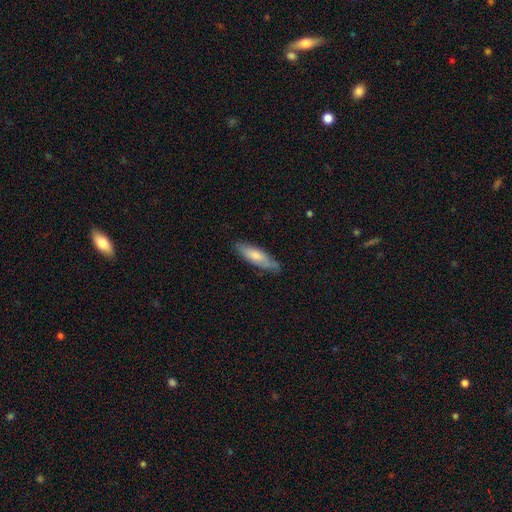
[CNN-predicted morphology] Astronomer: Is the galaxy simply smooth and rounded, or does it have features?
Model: smooth — 68%.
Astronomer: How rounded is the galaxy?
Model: cigar-shaped — 55% (runner-up: in between, 44%).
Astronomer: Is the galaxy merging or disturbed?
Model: none — 74%.